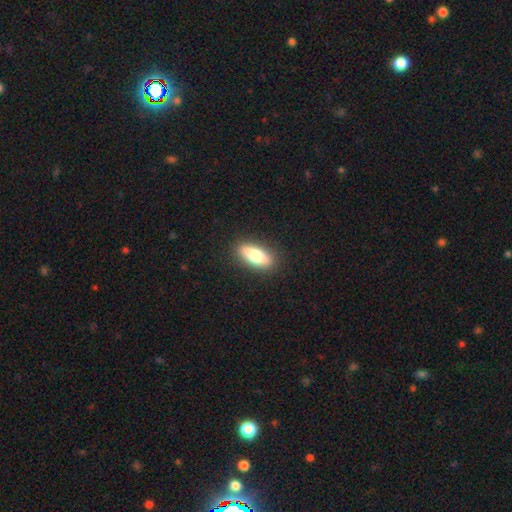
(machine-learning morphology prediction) smooth_or_featured: smooth (p=0.70) [alt: featured or disk p=0.23]
how_rounded: in between (p=0.69) [alt: cigar-shaped p=0.27]
merging: none (p=0.88) [alt: minor disturbance p=0.08]